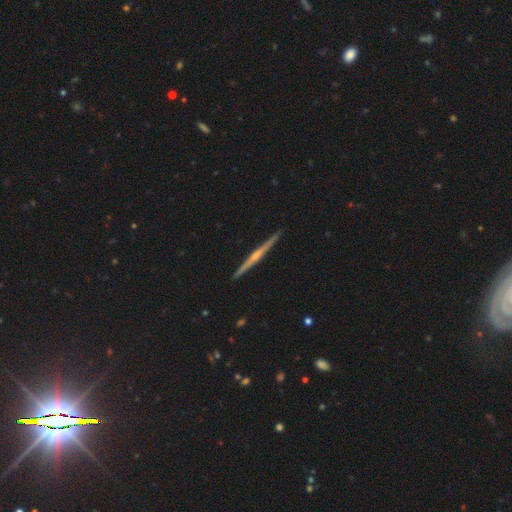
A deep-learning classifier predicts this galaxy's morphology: Smooth or featured? Predicted: featured or disk (p=0.73). Edge-on disk? Predicted: yes (p=0.97). Edge-on bulge? Predicted: rounded (p=0.75). Merging? Predicted: none (p=0.89).